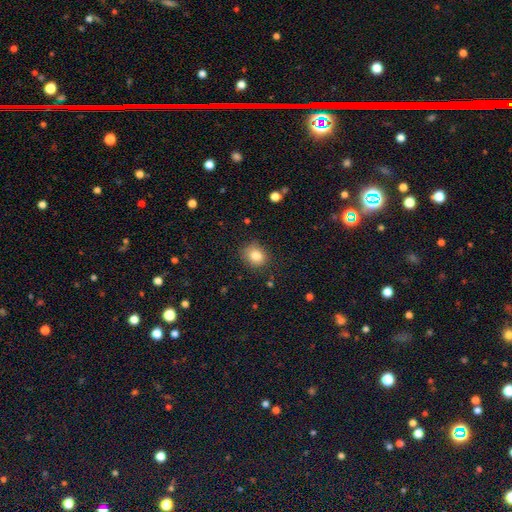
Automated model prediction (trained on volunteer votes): Overall: smooth (83%). How rounded: round (67%; in between 32%). Merging: none (84%).